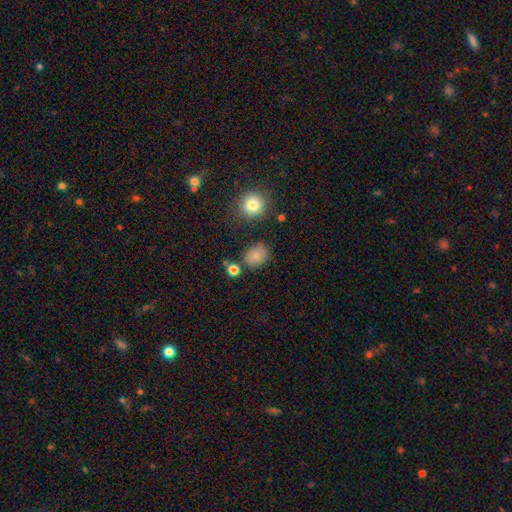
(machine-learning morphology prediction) The model was most divided on "how rounded": round: 56%, in between: 43%, cigar-shaped: 1%. More confident: smooth or featured — smooth (82%); merging — none (78%).